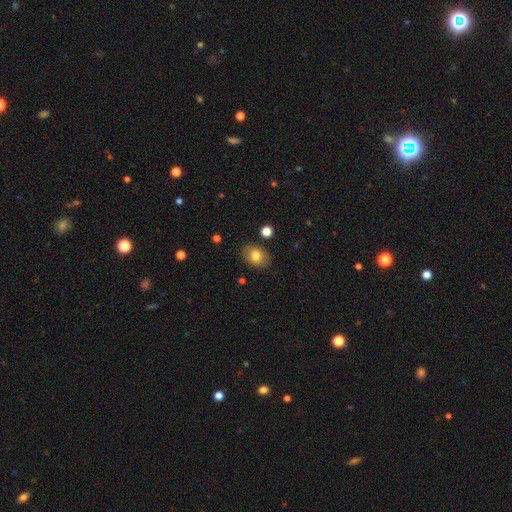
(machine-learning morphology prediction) type=smooth (79%); roundness=in between (72%); merging=none (86%).